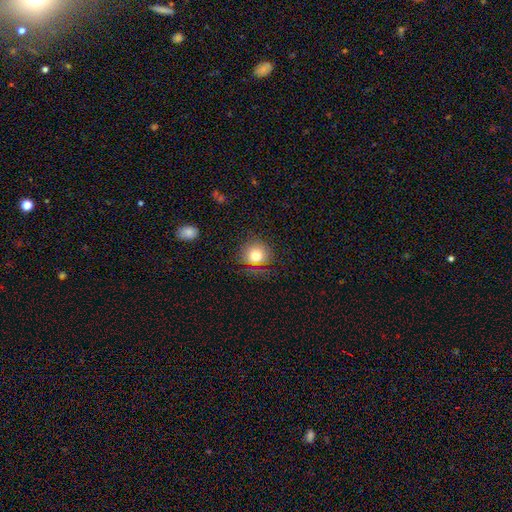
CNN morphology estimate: This is likely a smooth galaxy (76%). How rounded: clearly round (84%). Merging: likely none (75%).